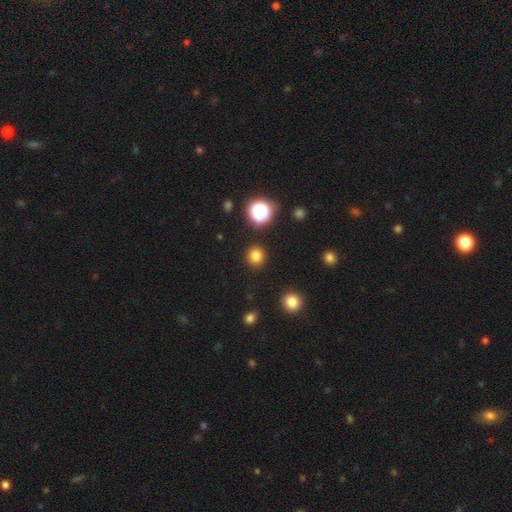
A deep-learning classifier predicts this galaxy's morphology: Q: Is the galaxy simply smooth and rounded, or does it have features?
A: smooth — 80%.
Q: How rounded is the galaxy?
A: round — 91%.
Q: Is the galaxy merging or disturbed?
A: none — 91%.